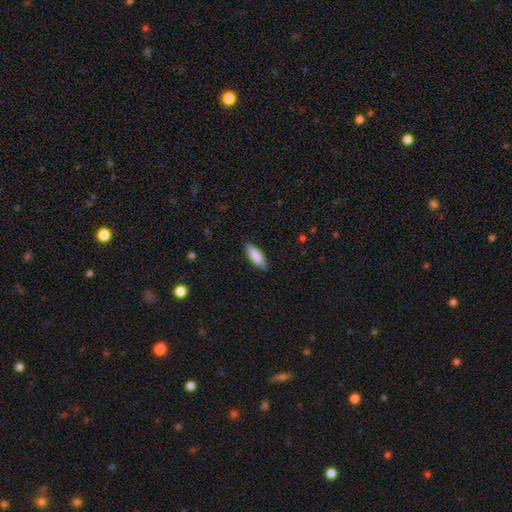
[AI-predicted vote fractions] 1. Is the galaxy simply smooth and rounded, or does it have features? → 87% smooth, 8% featured or disk, 6% star or artifact.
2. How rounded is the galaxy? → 65% in between, 33% cigar-shaped, 2% round.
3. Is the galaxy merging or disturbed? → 86% none, 11% minor disturbance, 2% major disturbance, 1% merger.